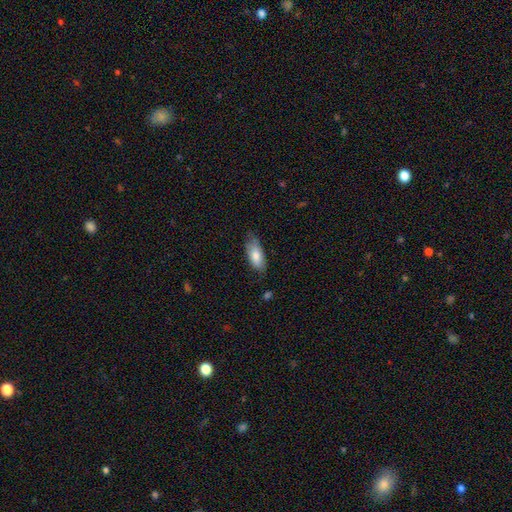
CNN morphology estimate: smooth_or_featured: smooth (p=0.78) [alt: featured or disk p=0.16]
how_rounded: in between (p=0.83) [alt: cigar-shaped p=0.15]
merging: none (p=0.64) [alt: minor disturbance p=0.29]